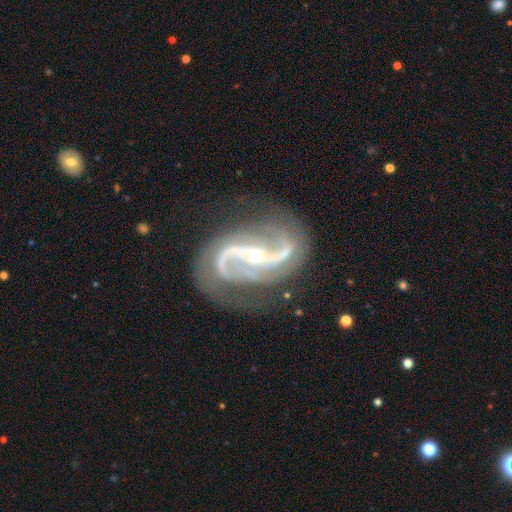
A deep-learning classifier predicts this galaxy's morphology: Smooth or featured?
  - featured or disk: 93% *
  - star or artifact: 5%
  - smooth: 2%
Edge-on disk?
  - no: 98% *
  - yes: 2%
Bar?
  - strong: 45% *
  - no: 29%
  - weak: 26%
Spiral arms?
  - yes: 98% *
  - no: 2%
Spiral winding?
  - medium: 48% *
  - loose: 39%
  - tight: 13%
Spiral arm count?
  - 2: 92% *
  - 3: 2%
  - can't tell: 2%
  - 1: 1%
  - 4: 1%
  - more than 4: 1%
Bulge size?
  - small: 70% *
  - moderate: 27%
  - large: 1%
  - none: 1%
  - dominant: 1%
Merging?
  - none: 75% *
  - minor disturbance: 15%
  - major disturbance: 8%
  - merger: 2%